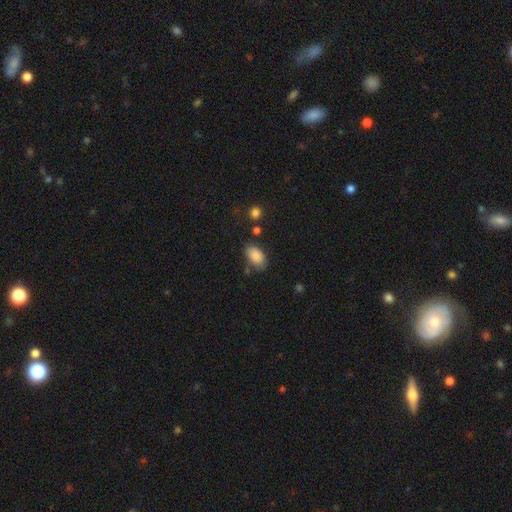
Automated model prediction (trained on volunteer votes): Overall: smooth (87%). How rounded: in between (92%). Merging: none (73%).